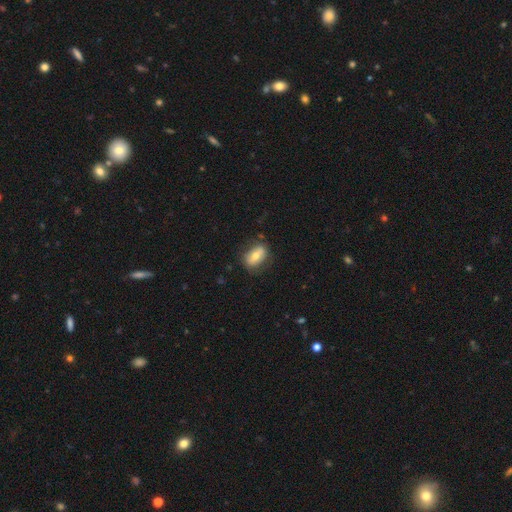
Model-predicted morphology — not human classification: A smooth galaxy with no disk features (62%) that is in between round and cigar-shaped (84%). Merging: none (76%).